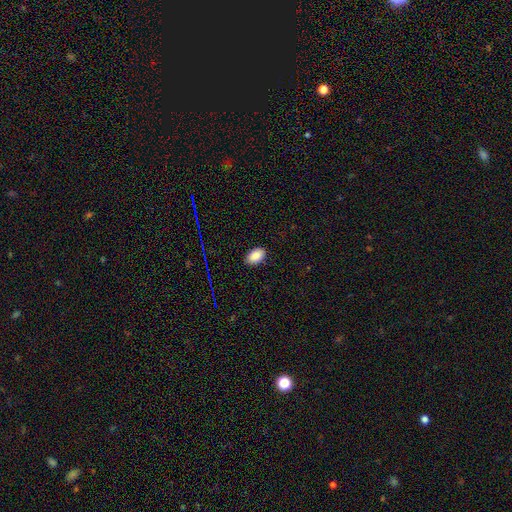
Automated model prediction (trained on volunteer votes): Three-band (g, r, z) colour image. It shows a smooth galaxy with no disk features (87%) that is in between round and cigar-shaped (93%). Merging: none (87%).